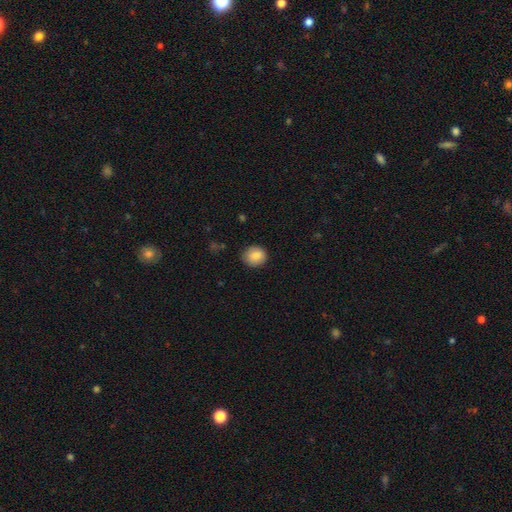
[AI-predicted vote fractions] smooth 86%, star or artifact 8%, featured or disk 6%. Down the decision tree: how rounded — round (80%); merging — none (86%).